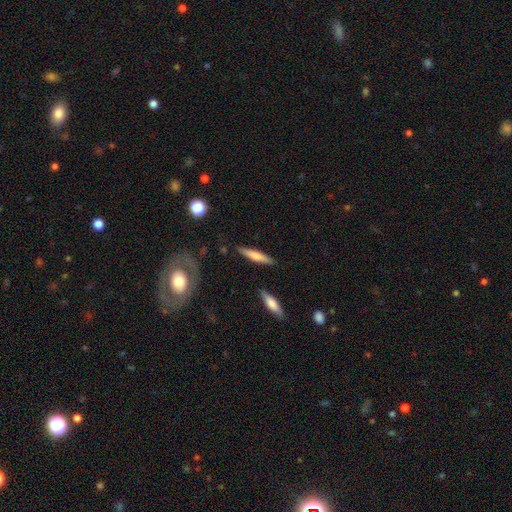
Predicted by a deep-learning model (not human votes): This is likely a smooth galaxy (65%). How rounded: clearly cigar-shaped (85%). Merging: clearly none (86%).